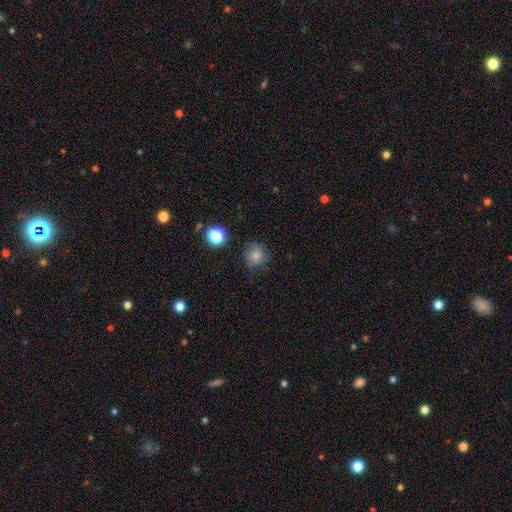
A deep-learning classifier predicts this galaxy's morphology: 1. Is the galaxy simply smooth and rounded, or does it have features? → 75% smooth, 14% star or artifact, 11% featured or disk.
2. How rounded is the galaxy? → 86% round, 13% in between, 1% cigar-shaped.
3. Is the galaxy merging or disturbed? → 70% none, 21% minor disturbance, 7% major disturbance, 2% merger.